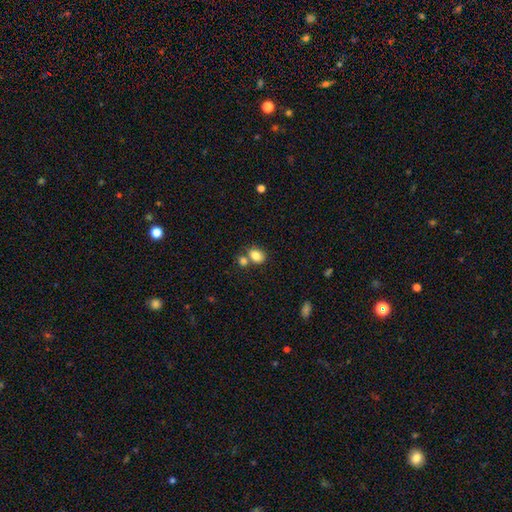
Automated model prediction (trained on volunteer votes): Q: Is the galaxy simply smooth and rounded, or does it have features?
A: smooth — 84%.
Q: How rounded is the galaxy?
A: in between — 69%.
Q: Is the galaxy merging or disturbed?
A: none — 53%.